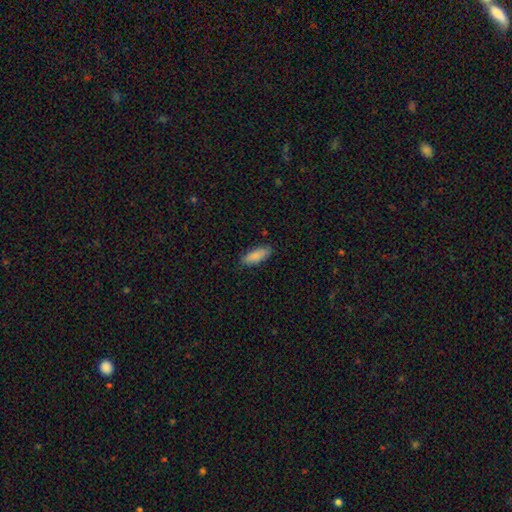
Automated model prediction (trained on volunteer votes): This is clearly a smooth galaxy (87%). How rounded: likely in between (66%). Merging: clearly none (85%).